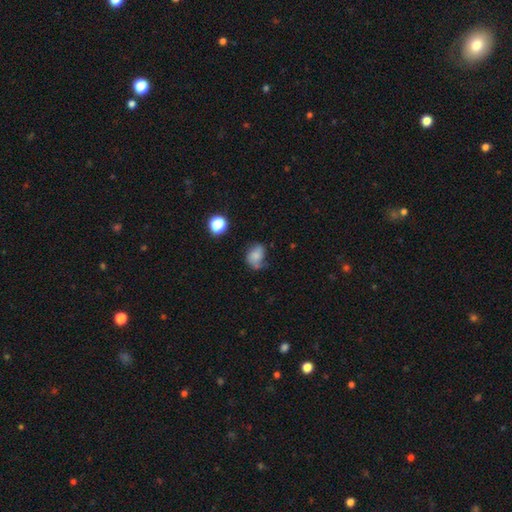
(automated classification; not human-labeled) Smooth or featured: smooth — 61% (featured or disk — 27%)
How rounded: in between — 64% (round — 35%)
Merging: none — 41% (minor disturbance — 36%)